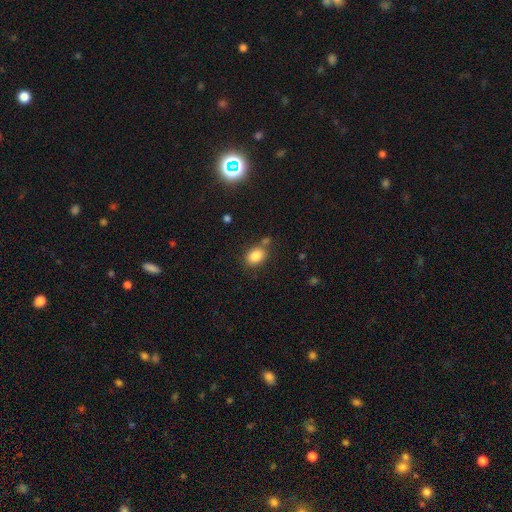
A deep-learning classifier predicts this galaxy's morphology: type=smooth (84%); roundness=in between (73%); merging=none (69%).